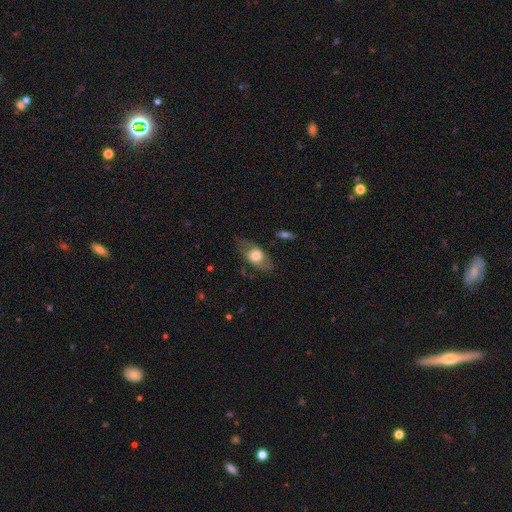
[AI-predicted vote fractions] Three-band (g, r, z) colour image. It shows a smooth galaxy with no disk features (62%) that is in between round and cigar-shaped (83%). Merging: none (70%).